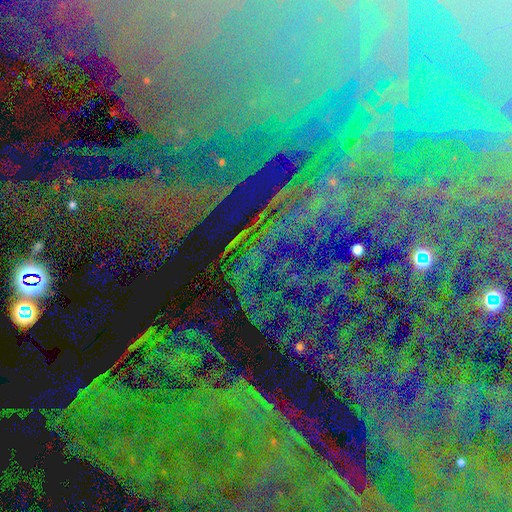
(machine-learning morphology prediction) Smooth or featured? Predicted: star or artifact (p=0.85).